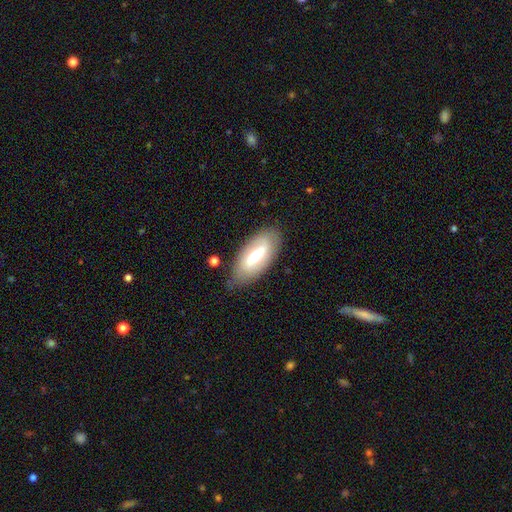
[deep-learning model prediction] A featured or disk galaxy (55%). Merging: none (76%).